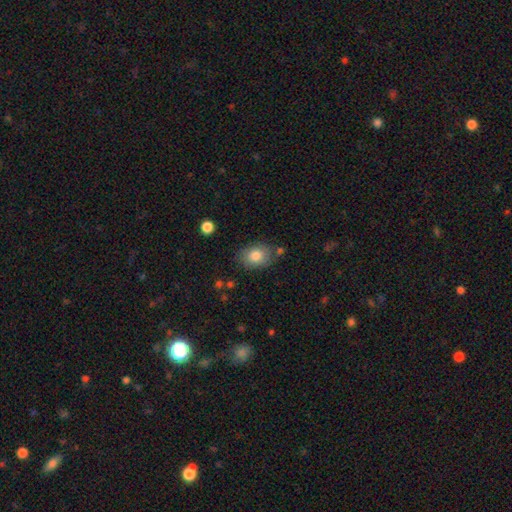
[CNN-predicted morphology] The model was most divided on "how rounded": in between: 72%, round: 27%, cigar-shaped: 1%. More confident: smooth or featured — smooth (82%); merging — none (73%).